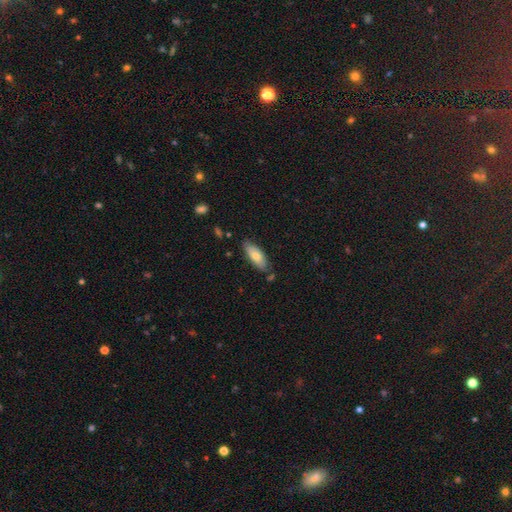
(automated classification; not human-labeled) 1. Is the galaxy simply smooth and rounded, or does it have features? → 72% smooth, 22% featured or disk, 6% star or artifact.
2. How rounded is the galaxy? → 79% in between, 19% cigar-shaped, 2% round.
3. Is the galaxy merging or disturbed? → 76% none, 17% minor disturbance, 4% merger, 3% major disturbance.